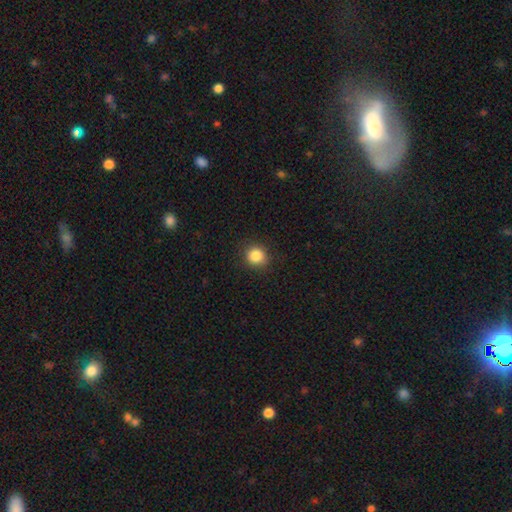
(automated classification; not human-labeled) A smooth galaxy with no disk features (85%) that is round (89%).

Vote fractions:
- Smooth or featured? smooth: 85% / star or artifact: 11% / featured or disk: 4%
- How rounded? round: 89% / in between: 10% / cigar-shaped: 1%
- Merging? none: 89% / minor disturbance: 8% / major disturbance: 2% / merger: 1%